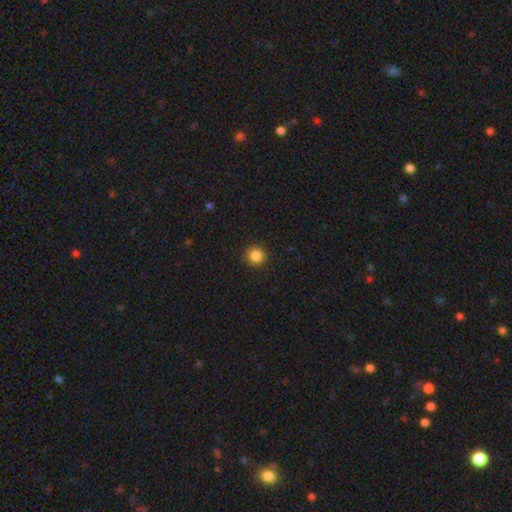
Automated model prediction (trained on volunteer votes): Smooth or featured? Predicted: smooth (p=0.85). How rounded? Predicted: round (p=0.94). Merging? Predicted: none (p=0.92).